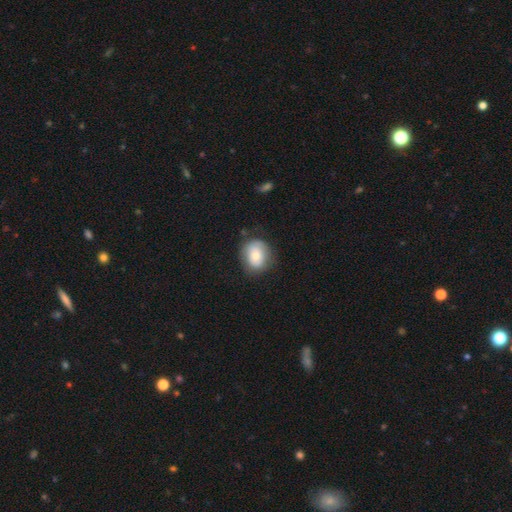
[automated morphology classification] Smooth or featured? Predicted: smooth (p=0.67). How rounded? Predicted: round (p=0.60). Merging? Predicted: none (p=0.72).